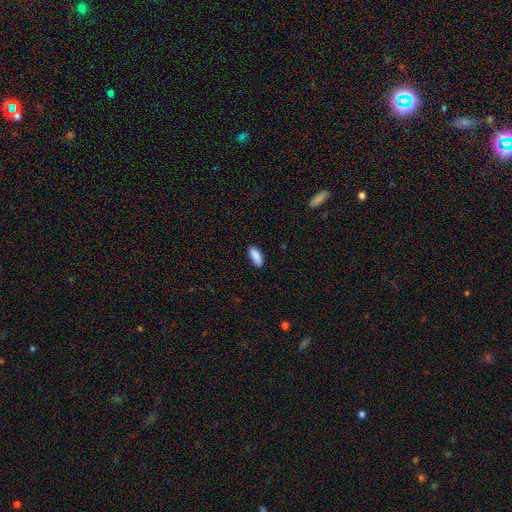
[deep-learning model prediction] Q: Smooth or featured?
A: smooth (90%); runner-up: star or artifact (6%)
Q: How rounded?
A: in between (80%); runner-up: cigar-shaped (18%)
Q: Merging?
A: none (86%); runner-up: minor disturbance (11%)